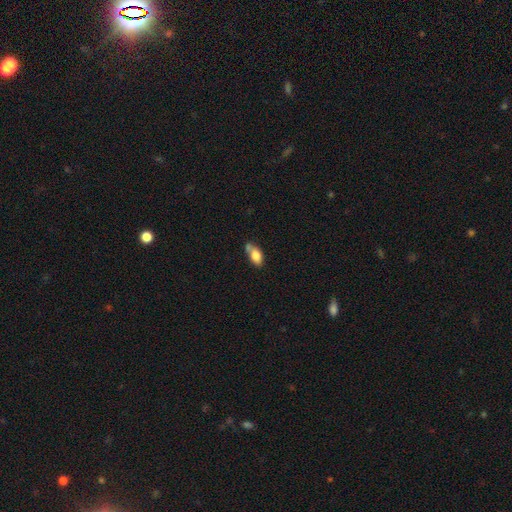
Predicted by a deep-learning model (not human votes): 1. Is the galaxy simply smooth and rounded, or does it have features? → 79% smooth, 13% featured or disk, 8% star or artifact.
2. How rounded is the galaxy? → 88% in between, 7% round, 5% cigar-shaped.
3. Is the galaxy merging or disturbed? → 46% none, 27% minor disturbance, 20% merger, 7% major disturbance.